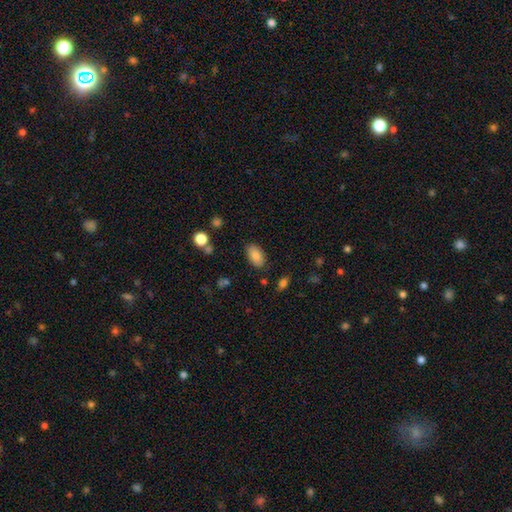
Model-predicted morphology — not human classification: Smooth or featured? Predicted: smooth (p=0.85). How rounded? Predicted: in between (p=0.93). Merging? Predicted: none (p=0.83).